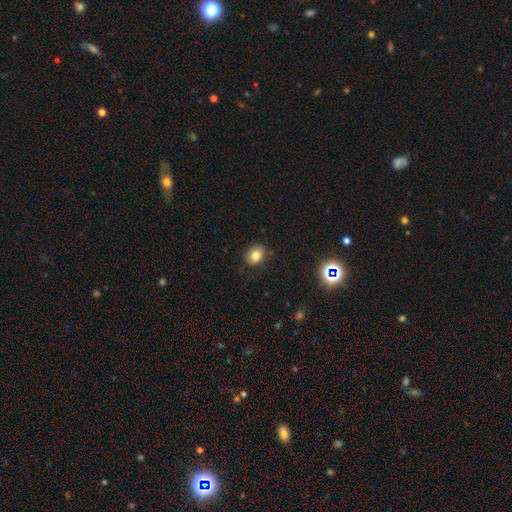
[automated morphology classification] A smooth galaxy with no disk features (80%) that is in between round and cigar-shaped (51%). Merging: none (83%).